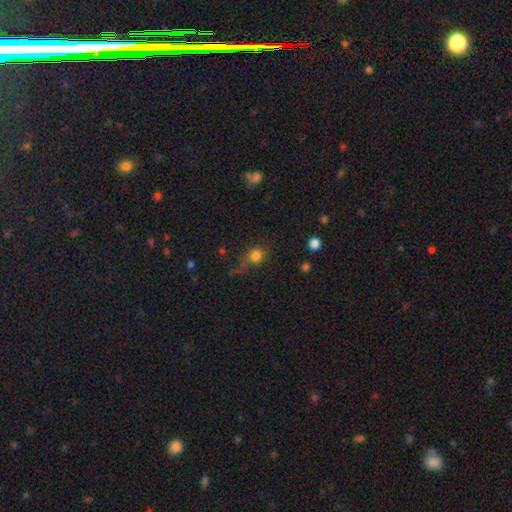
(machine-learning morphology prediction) Smooth or featured? smooth (79%)
How rounded? round (77%)
Merging? none (59%)